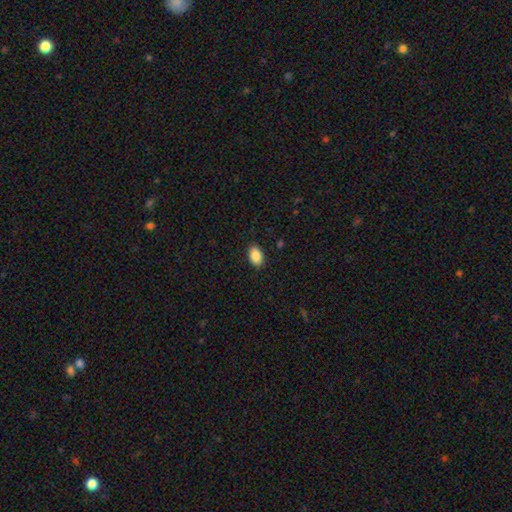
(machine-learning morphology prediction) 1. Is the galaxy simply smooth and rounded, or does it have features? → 87% smooth, 7% star or artifact, 5% featured or disk.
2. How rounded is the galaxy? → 90% in between, 9% round, 1% cigar-shaped.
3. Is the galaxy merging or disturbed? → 88% none, 9% minor disturbance, 2% major disturbance, 1% merger.